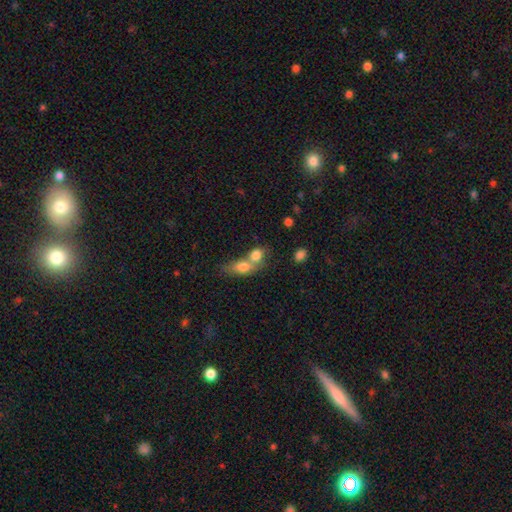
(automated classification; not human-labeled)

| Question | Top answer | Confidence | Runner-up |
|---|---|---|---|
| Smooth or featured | smooth | 78% | featured or disk (13%) |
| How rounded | in between | 53% | round (43%) |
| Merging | merger | 69% | none (22%) |